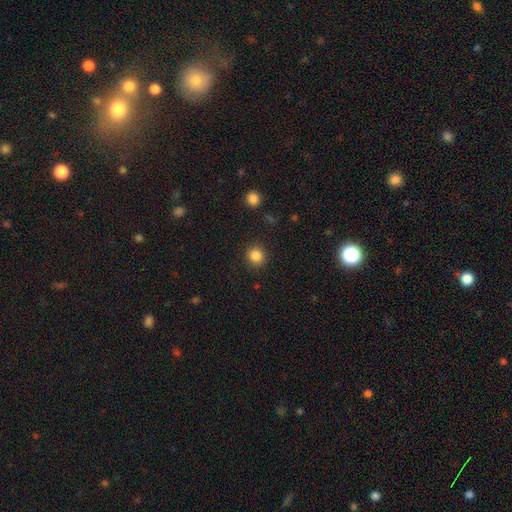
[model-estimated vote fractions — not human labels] A smooth galaxy with no disk features (85%) that is round (88%).

Vote fractions:
- Smooth or featured? smooth: 85% / star or artifact: 11% / featured or disk: 4%
- How rounded? round: 88% / in between: 11% / cigar-shaped: 1%
- Merging? none: 90% / minor disturbance: 6% / major disturbance: 2% / merger: 1%